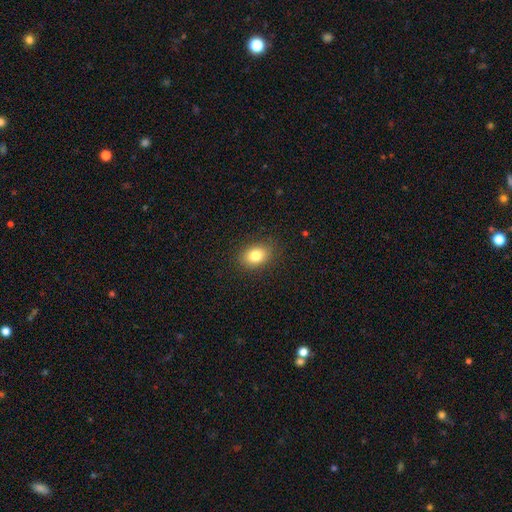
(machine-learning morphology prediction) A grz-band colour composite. It shows a smooth galaxy with no disk features (81%) that is in between round and cigar-shaped (69%). Merging: none (87%).